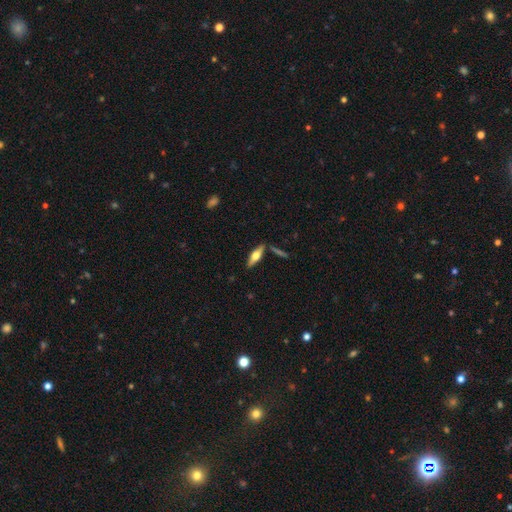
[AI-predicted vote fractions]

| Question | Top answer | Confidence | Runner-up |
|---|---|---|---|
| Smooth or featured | featured or disk | 57% | smooth (37%) |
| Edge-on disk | yes | 94% | no (6%) |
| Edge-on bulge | rounded | 92% | boxy (6%) |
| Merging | none | 84% | minor disturbance (9%) |